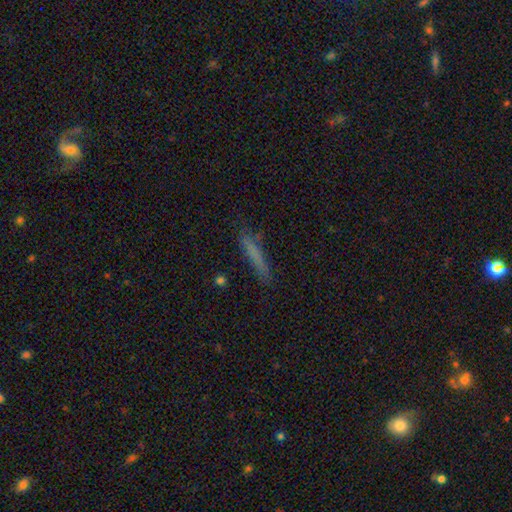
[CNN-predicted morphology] Smooth or featured? Predicted: smooth (p=0.72). How rounded? Predicted: cigar-shaped (p=0.92). Merging? Predicted: none (p=0.75).